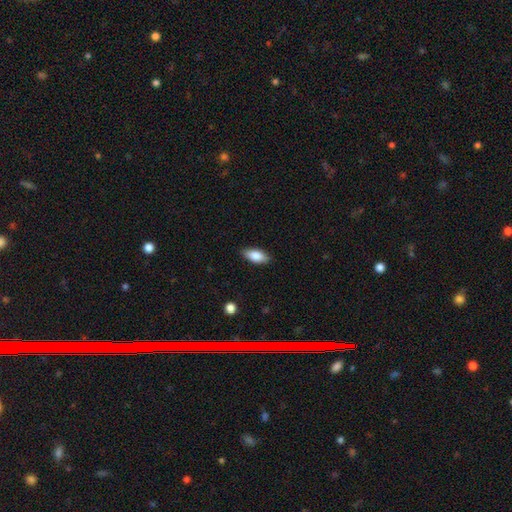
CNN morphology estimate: This appears to be a smooth galaxy with no disk features (83%) that is in between round and cigar-shaped (86%). Merging: none (87%).